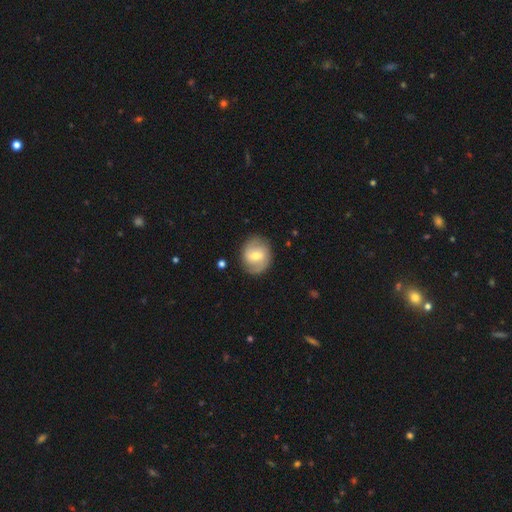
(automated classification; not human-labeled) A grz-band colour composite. It shows a featured or disk galaxy (56%) with a weak bar (54%), spiral arms (78%) and a moderate central bulge (63%). Merging: none (82%).